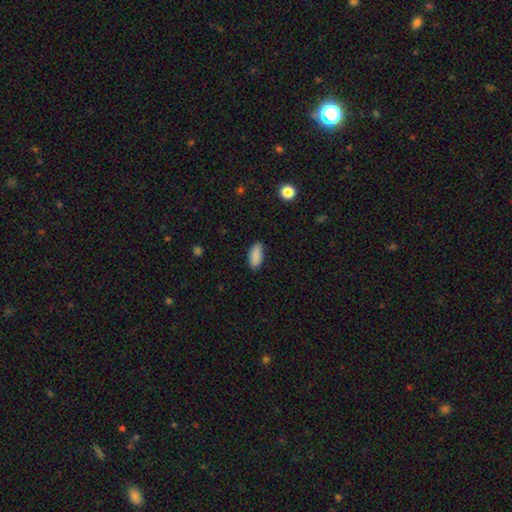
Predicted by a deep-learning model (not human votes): smooth-or-featured: smooth: 89% | star or artifact: 7% | featured or disk: 4%
  how-rounded: in between: 88% | cigar-shaped: 10% | round: 2%
  merging: none: 84% | minor disturbance: 12% | major disturbance: 2% | merger: 1%